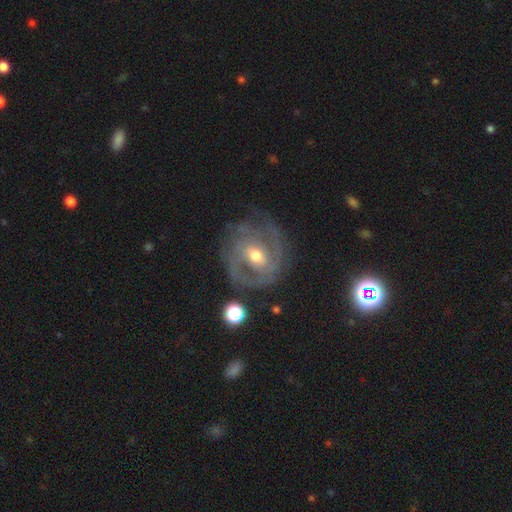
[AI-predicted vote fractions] The model was most divided on "spiral winding": tight: 51%, medium: 38%, loose: 10%. Remaining: edge-on disk — no (97%); spiral arms — yes (93%); smooth or featured — featured or disk (86%); merging — none (66%); bulge size — moderate (66%); bar — weak (50%); spiral arm count — 2 (49%).